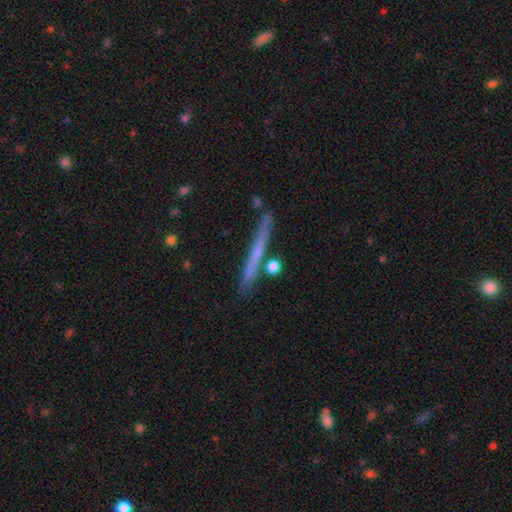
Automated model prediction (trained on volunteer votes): This appears to be a featured or disk galaxy (55%) viewed edge-on (96%) with no central bulge (73%). Merging: none (83%).